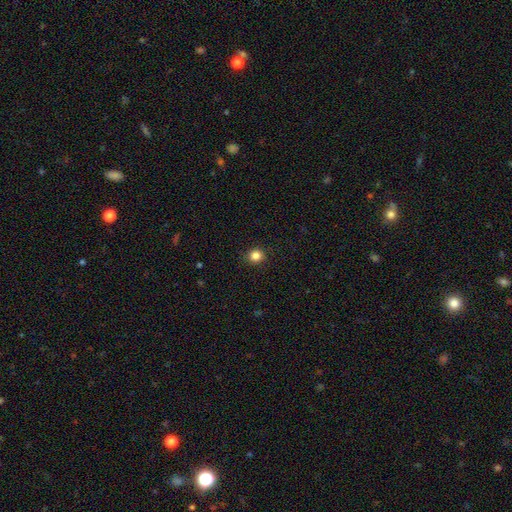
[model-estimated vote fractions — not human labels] Smooth or featured? Predicted: smooth (p=0.84). How rounded? Predicted: round (p=0.86). Merging? Predicted: none (p=0.91).